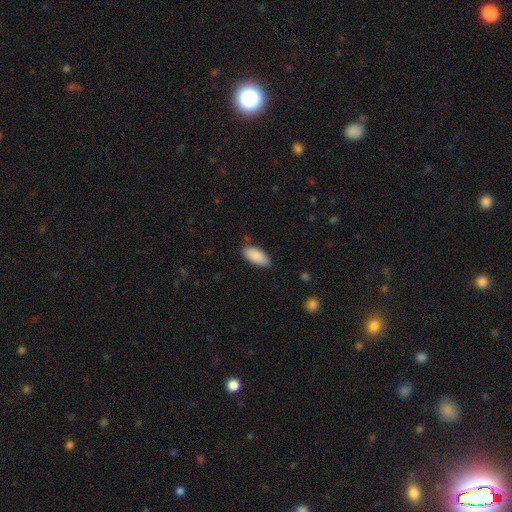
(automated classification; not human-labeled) The model was most divided on "merging": none: 81%, minor disturbance: 14%, major disturbance: 3%, merger: 2%. More confident: smooth or featured — smooth (90%); how rounded — in between (89%).